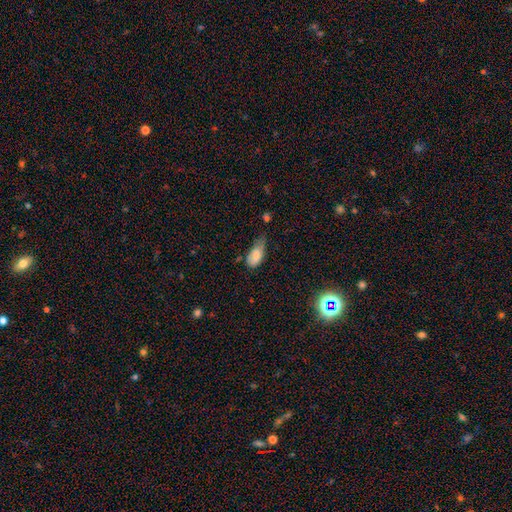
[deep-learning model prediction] smooth_or_featured: smooth (p=0.79) [alt: featured or disk p=0.13]
how_rounded: in between (p=0.90) [alt: cigar-shaped p=0.06]
merging: minor disturbance (p=0.48) [alt: none p=0.27]